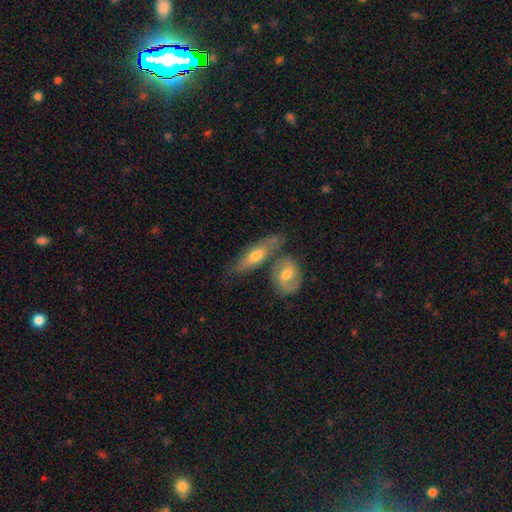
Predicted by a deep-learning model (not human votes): Q: Smooth or featured?
A: smooth (50%); runner-up: featured or disk (44%)
Q: Merging?
A: none (51%); runner-up: merger (28%)